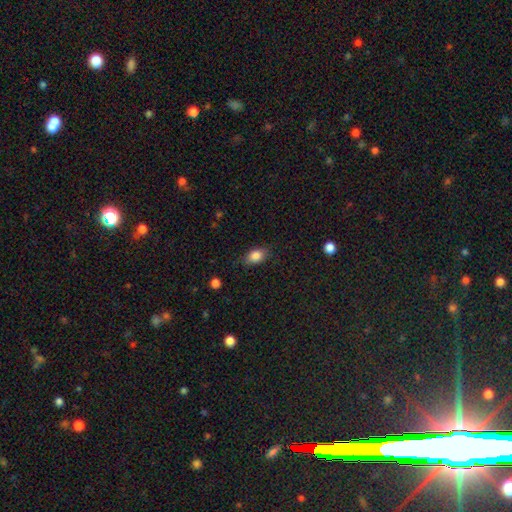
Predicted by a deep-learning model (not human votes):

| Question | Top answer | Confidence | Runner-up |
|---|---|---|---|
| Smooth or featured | smooth | 84% | star or artifact (9%) |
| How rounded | in between | 79% | round (18%) |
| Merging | none | 78% | minor disturbance (17%) |